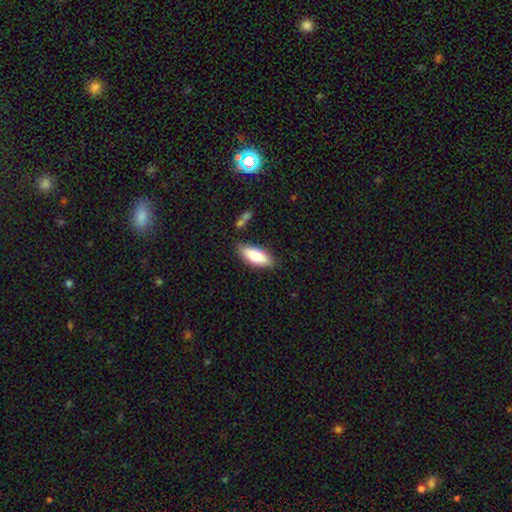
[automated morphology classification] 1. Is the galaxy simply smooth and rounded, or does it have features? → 75% smooth, 19% featured or disk, 6% star or artifact.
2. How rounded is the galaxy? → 71% in between, 27% cigar-shaped, 2% round.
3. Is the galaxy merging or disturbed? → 81% none, 13% minor disturbance, 3% merger, 3% major disturbance.